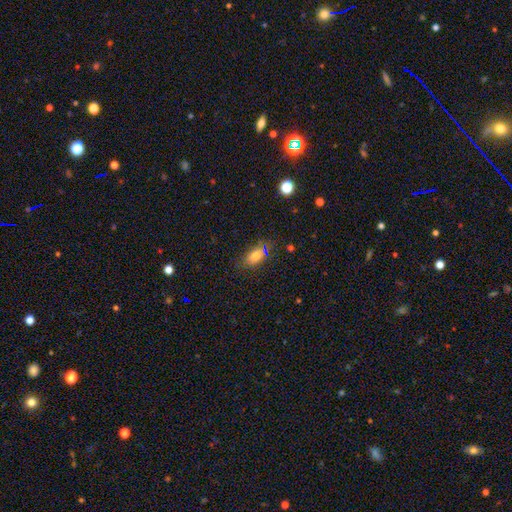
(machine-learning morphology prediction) Overall: smooth (75%). How rounded: in between (85%). Merging: none (73%).